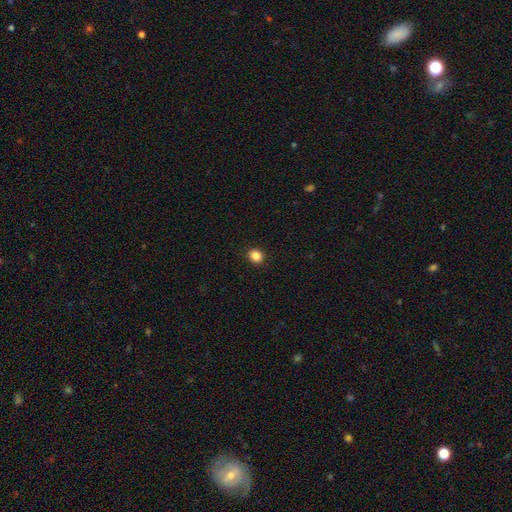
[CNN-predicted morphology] type=smooth (86%); roundness=round (75%); merging=none (92%).